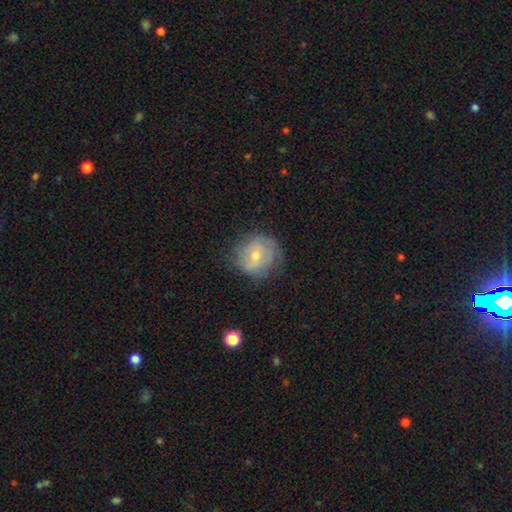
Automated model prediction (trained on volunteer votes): Q: Smooth or featured?
A: featured or disk (55%); runner-up: smooth (35%)
Q: Edge-on disk?
A: no (96%); runner-up: yes (4%)
Q: Bar?
A: no (55%); runner-up: weak (36%)
Q: Spiral arms?
A: yes (69%); runner-up: no (31%)
Q: Bulge size?
A: small (49%); runner-up: moderate (47%)
Q: Merging?
A: none (70%); runner-up: minor disturbance (21%)